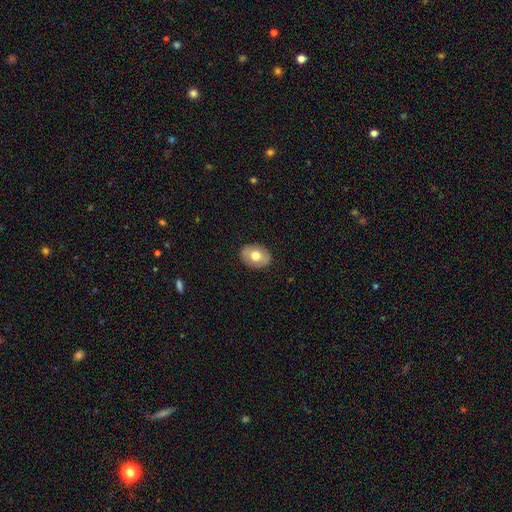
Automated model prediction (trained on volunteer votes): A smooth galaxy with no disk features (68%) that is in between round and cigar-shaped (67%).

Vote fractions:
- Smooth or featured? smooth: 68% / featured or disk: 25% / star or artifact: 7%
- How rounded? in between: 67% / round: 32% / cigar-shaped: 1%
- Merging? none: 87% / minor disturbance: 10% / major disturbance: 2% / merger: 1%